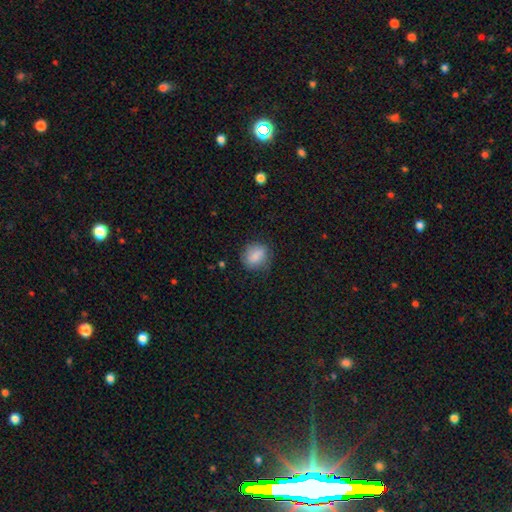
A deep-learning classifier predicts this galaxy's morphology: A smooth galaxy with no disk features (83%) that is round (65%). Merging: none (73%).